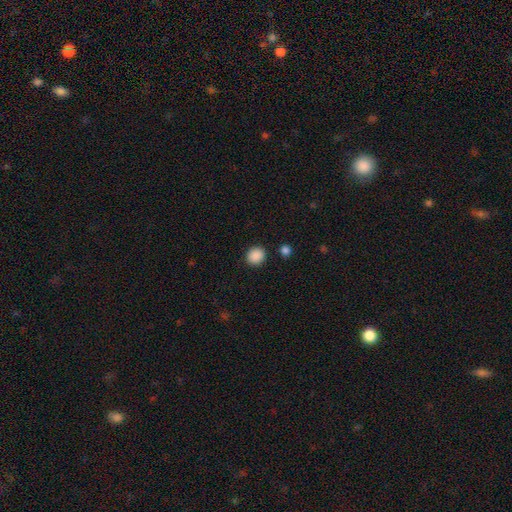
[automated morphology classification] smooth 89%, star or artifact 9%, featured or disk 2%. Down the decision tree: how rounded — round (81%); merging — none (89%).